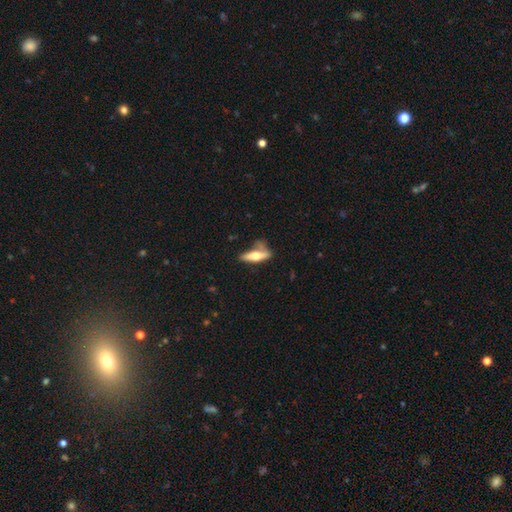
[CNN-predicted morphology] Smooth or featured? featured or disk (47%)
Merging? none (50%)